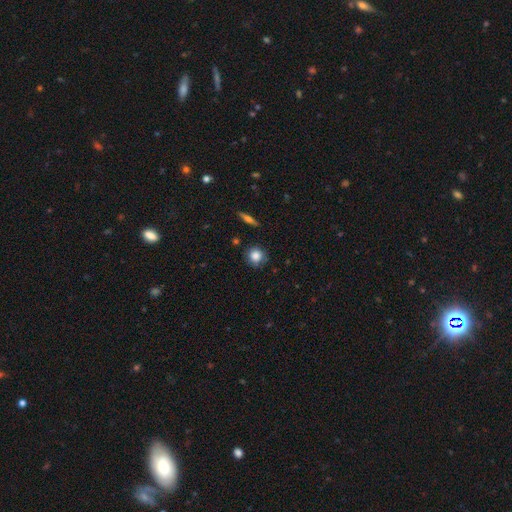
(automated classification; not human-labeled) The model was most divided on "merging": none: 81%, minor disturbance: 14%, major disturbance: 3%, merger: 2%. More confident: how rounded — round (90%); smooth or featured — smooth (82%).